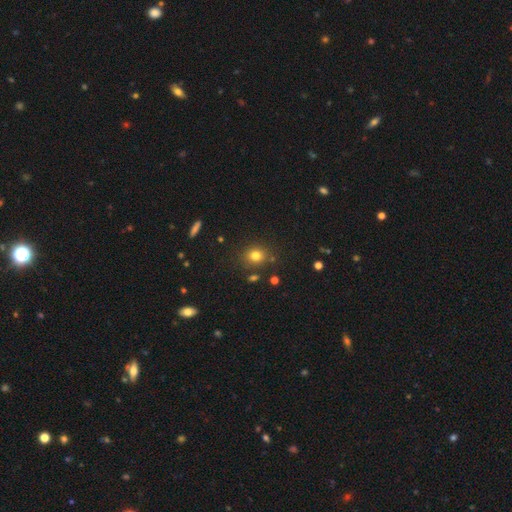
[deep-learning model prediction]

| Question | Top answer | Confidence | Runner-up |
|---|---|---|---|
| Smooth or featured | smooth | 77% | star or artifact (15%) |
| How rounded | round | 74% | in between (25%) |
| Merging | none | 82% | minor disturbance (10%) |